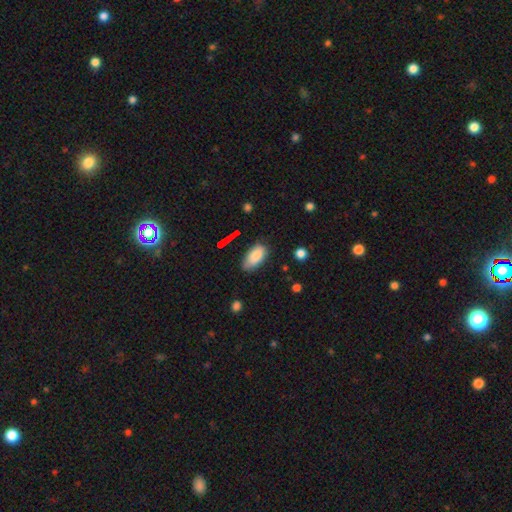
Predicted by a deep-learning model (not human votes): Morphology: type=smooth (85%); roundness=in between (92%); merging=none (72%).